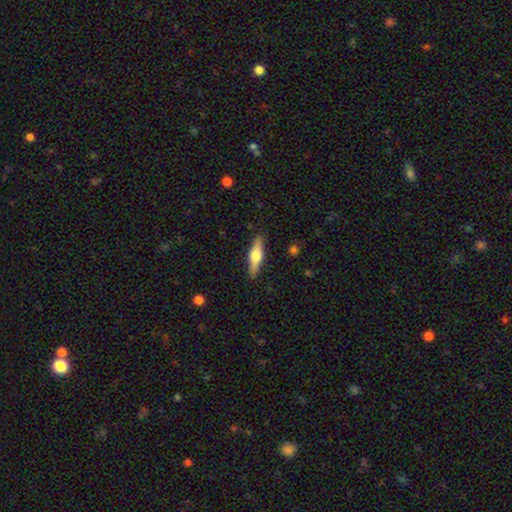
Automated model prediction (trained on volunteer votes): This is possibly a featured or disk galaxy (55%). It is clearly viewed edge-on (95%). Edge-on bulge: clearly rounded (92%). Merging: clearly none (89%).